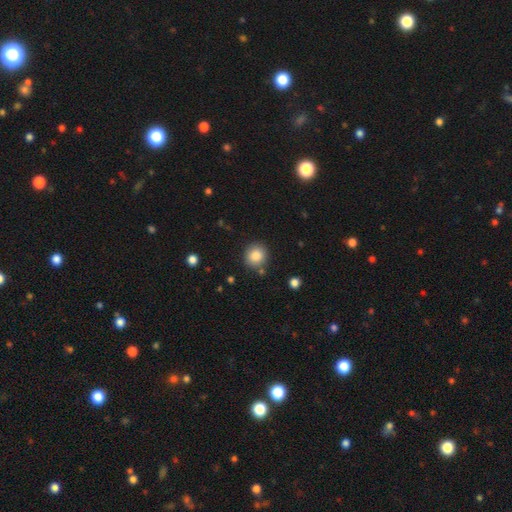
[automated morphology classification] type=smooth (84%); roundness=round (88%); merging=none (84%).